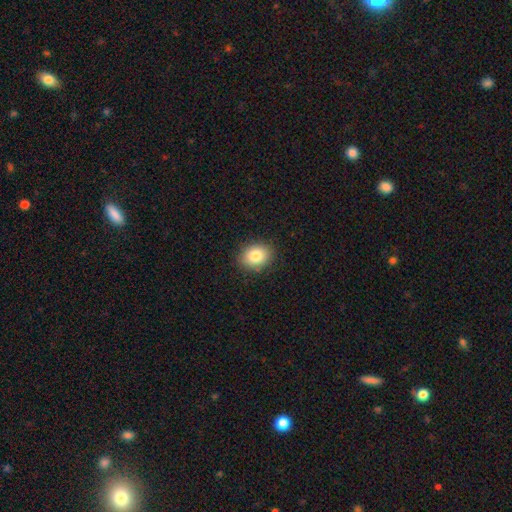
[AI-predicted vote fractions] This appears to be a smooth galaxy with no disk features (84%) that is in between round and cigar-shaped (61%). Merging: none (88%).